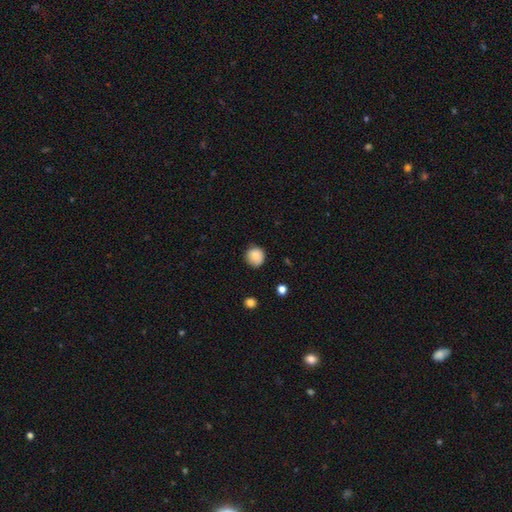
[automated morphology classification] smooth-or-featured: smooth: 80% | featured or disk: 11% | star or artifact: 9%
  how-rounded: round: 91% | in between: 8% | cigar-shaped: 1%
  merging: none: 81% | minor disturbance: 15% | major disturbance: 3% | merger: 1%